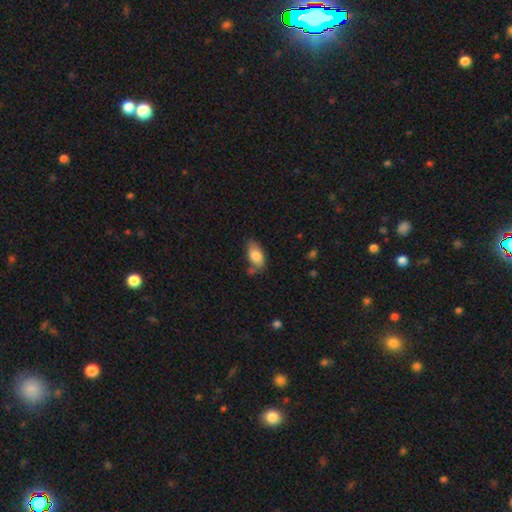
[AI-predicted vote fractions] Smooth or featured: smooth — 81% (featured or disk — 12%)
How rounded: in between — 92% (round — 4%)
Merging: none — 60% (minor disturbance — 25%)